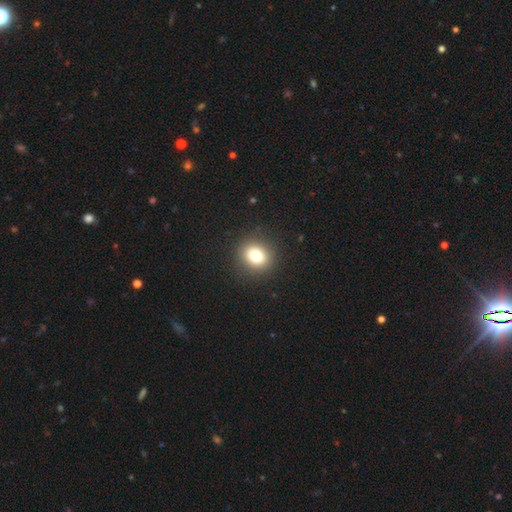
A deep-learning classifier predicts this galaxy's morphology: The model was most divided on "how rounded": round: 71%, in between: 28%, cigar-shaped: 1%. More confident: merging — none (89%); smooth or featured — smooth (81%).